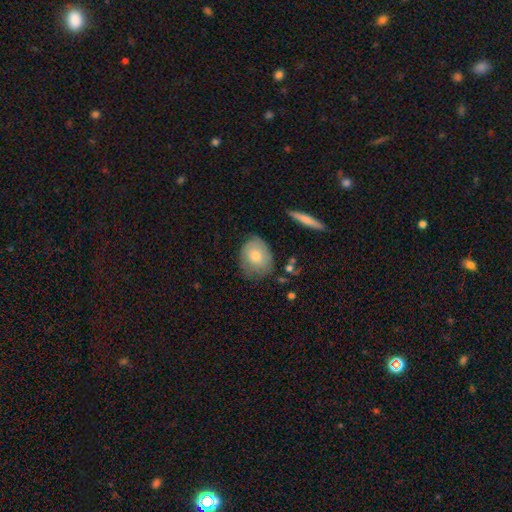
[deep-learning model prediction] Smooth or featured? Predicted: smooth (p=0.71). How rounded? Predicted: in between (p=0.52). Merging? Predicted: none (p=0.67).